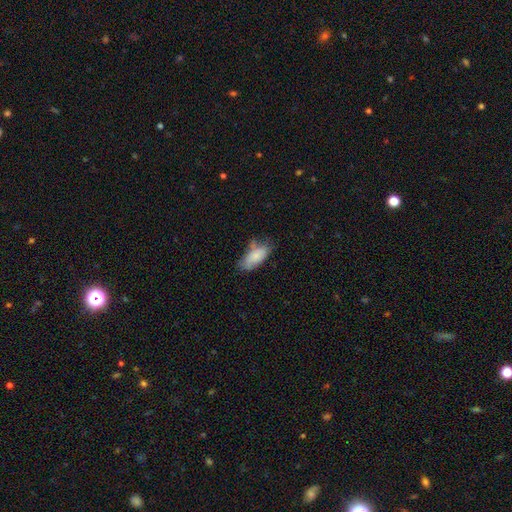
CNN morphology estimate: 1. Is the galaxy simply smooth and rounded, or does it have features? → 79% smooth, 14% featured or disk, 7% star or artifact.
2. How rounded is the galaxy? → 88% in between, 9% cigar-shaped, 2% round.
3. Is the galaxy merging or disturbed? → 49% none, 33% minor disturbance, 10% major disturbance, 8% merger.